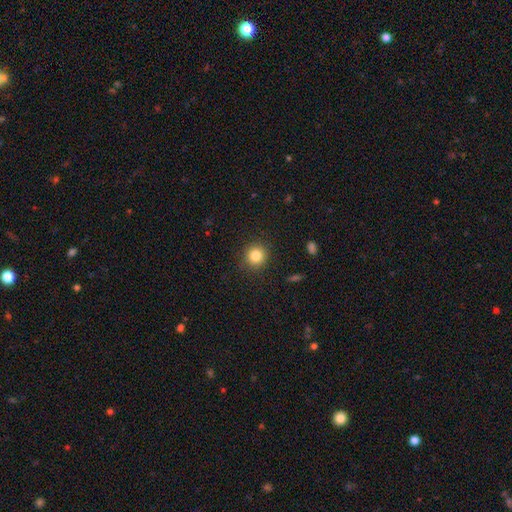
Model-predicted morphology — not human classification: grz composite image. It shows a smooth galaxy with no disk features (84%) that is round (91%). Merging: none (90%).